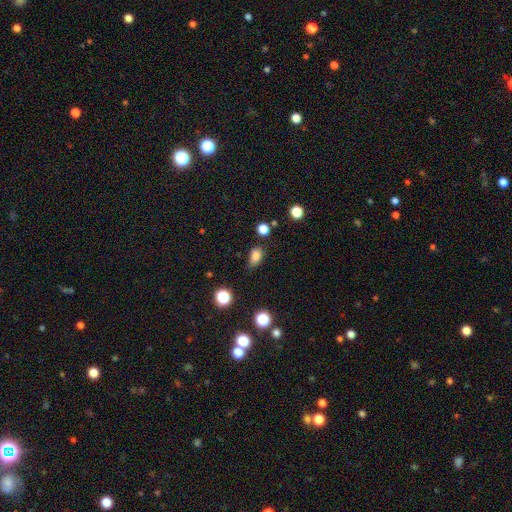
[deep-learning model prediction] Smooth or featured? Predicted: smooth (p=0.81). How rounded? Predicted: in between (p=0.77). Merging? Predicted: none (p=0.64).